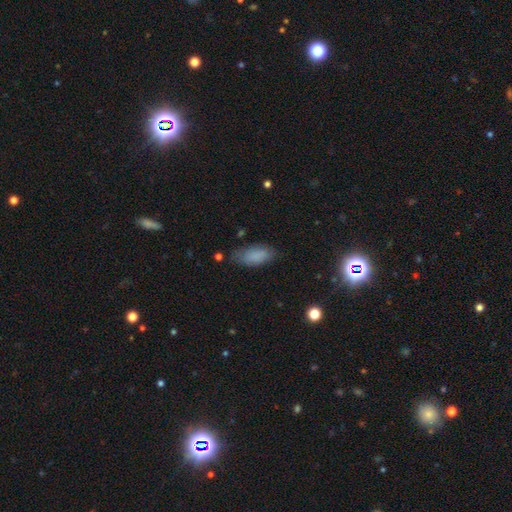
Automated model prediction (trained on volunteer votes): Smooth or featured? smooth (84%)
How rounded? in between (87%)
Merging? none (74%)